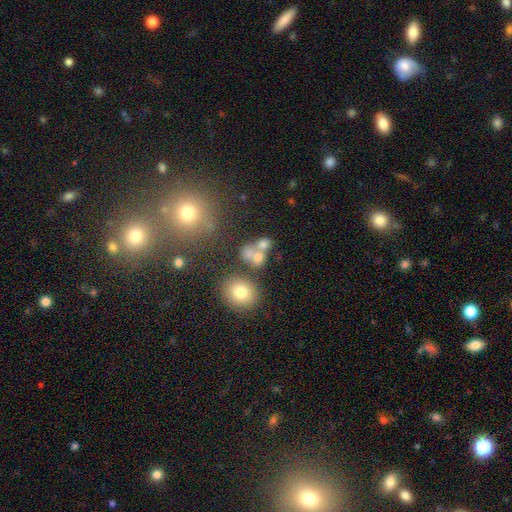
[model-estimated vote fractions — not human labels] Smooth or featured?
  - smooth: 65% *
  - featured or disk: 18%
  - star or artifact: 17%
How rounded?
  - round: 63% *
  - in between: 35%
  - cigar-shaped: 2%
Merging?
  - merger: 48% *
  - none: 35%
  - minor disturbance: 9%
  - major disturbance: 7%